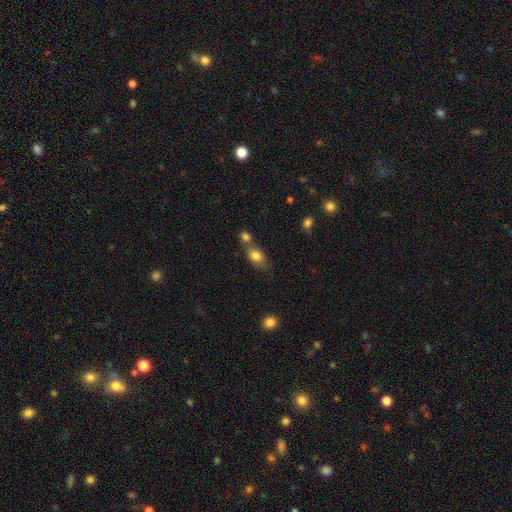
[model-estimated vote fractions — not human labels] smooth_or_featured: smooth (p=0.82) [alt: featured or disk p=0.09]
how_rounded: in between (p=0.77) [alt: round p=0.20]
merging: none (p=0.47) [alt: merger p=0.37]